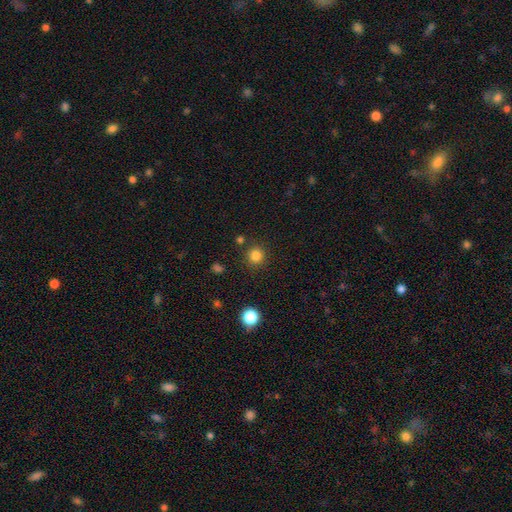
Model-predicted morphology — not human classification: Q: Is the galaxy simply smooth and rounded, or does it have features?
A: smooth — 82%.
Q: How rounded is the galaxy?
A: round — 93%.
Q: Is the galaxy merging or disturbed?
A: none — 87%.